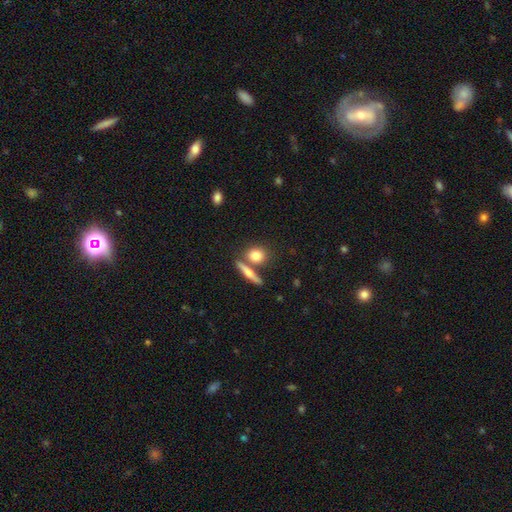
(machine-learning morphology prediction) This appears to be a smooth galaxy with no disk features (76%) that is round (59%). Merging: none (63%).